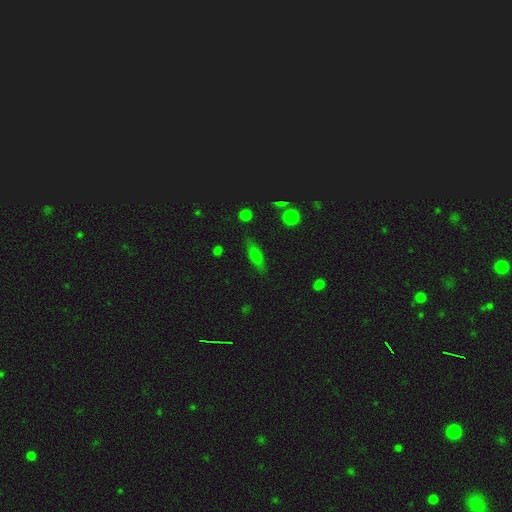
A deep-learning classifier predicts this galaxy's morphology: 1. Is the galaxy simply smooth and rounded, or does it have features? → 63% smooth, 26% featured or disk, 10% star or artifact.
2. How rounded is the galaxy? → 48% in between, 47% cigar-shaped, 5% round.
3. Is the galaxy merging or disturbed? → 83% none, 12% minor disturbance, 3% major disturbance, 2% merger.